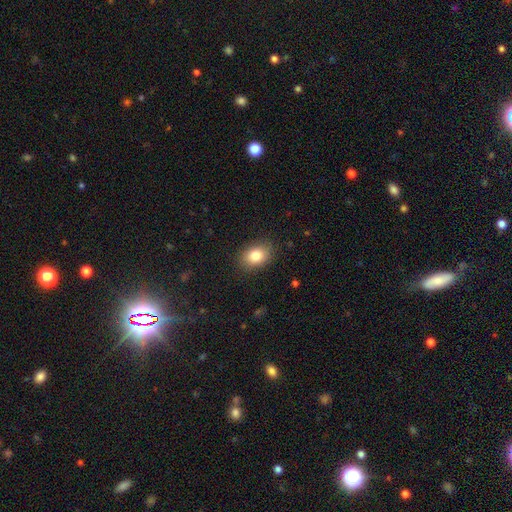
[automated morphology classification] Smooth or featured: smooth — 83% (star or artifact — 9%)
How rounded: in between — 73% (round — 26%)
Merging: none — 86% (minor disturbance — 10%)